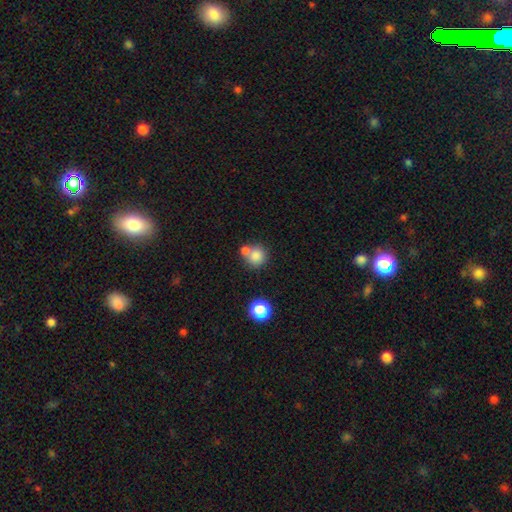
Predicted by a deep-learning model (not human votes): This appears to be a smooth galaxy with no disk features (80%) that is round (89%). Merging: none (55%).